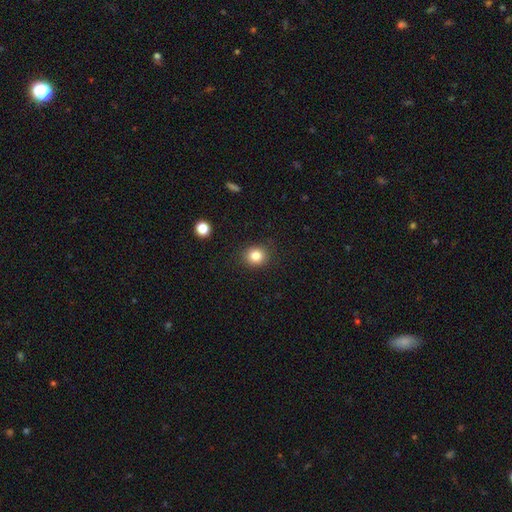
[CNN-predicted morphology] Q: Smooth or featured?
A: smooth (83%); runner-up: star or artifact (11%)
Q: How rounded?
A: round (80%); runner-up: in between (19%)
Q: Merging?
A: none (88%); runner-up: minor disturbance (8%)